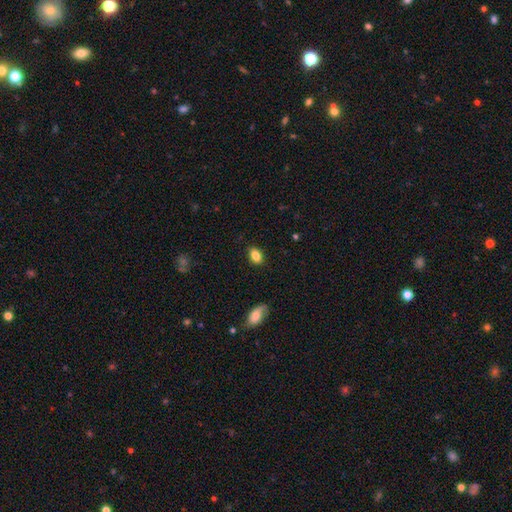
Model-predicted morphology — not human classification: Smooth or featured: smooth — 83% (star or artifact — 9%)
How rounded: in between — 86% (round — 12%)
Merging: none — 86% (minor disturbance — 10%)